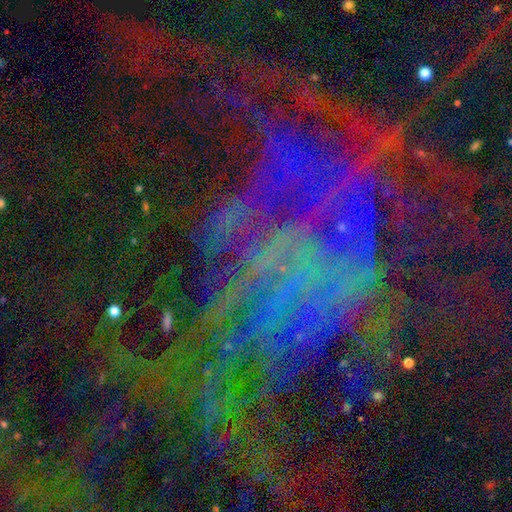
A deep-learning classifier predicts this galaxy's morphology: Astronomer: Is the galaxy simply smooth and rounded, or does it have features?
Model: star or artifact — 57%.